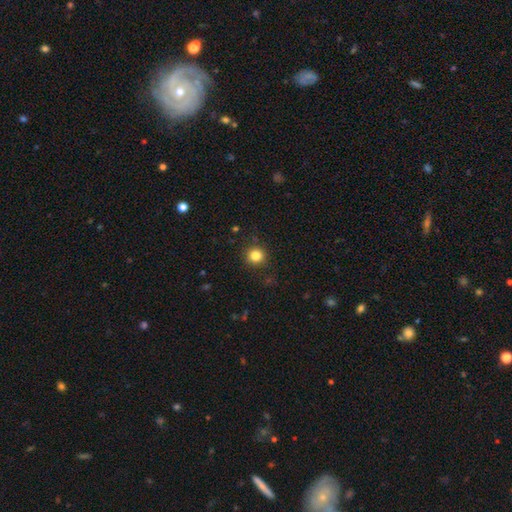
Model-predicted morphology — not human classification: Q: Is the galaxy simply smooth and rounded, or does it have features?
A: smooth — 83%.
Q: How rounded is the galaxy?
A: round — 92%.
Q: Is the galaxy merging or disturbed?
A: none — 90%.